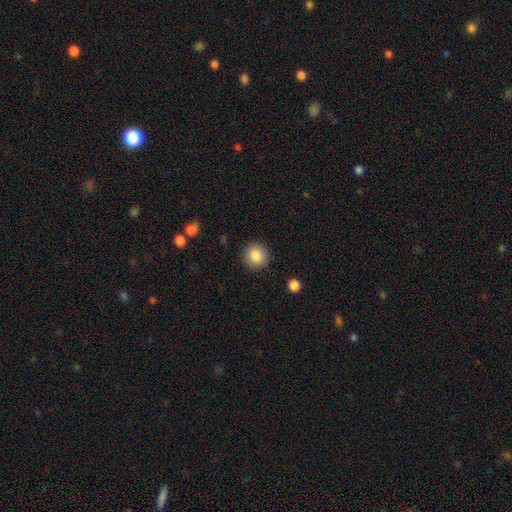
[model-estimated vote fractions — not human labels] Smooth or featured? Predicted: smooth (p=0.86). How rounded? Predicted: round (p=0.90). Merging? Predicted: none (p=0.90).